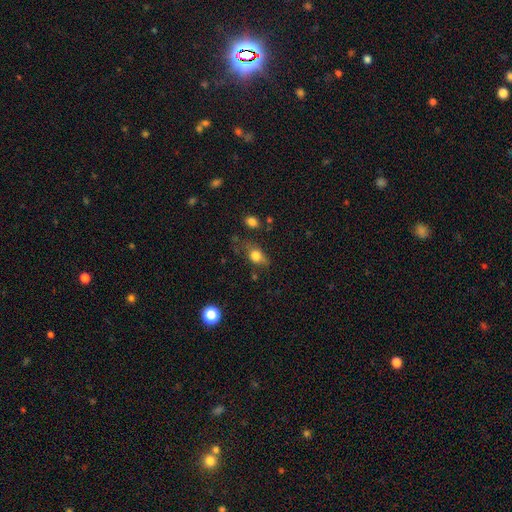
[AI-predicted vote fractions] This is likely a smooth galaxy (77%). How rounded: likely in between (70%). Merging: possibly none (56%).